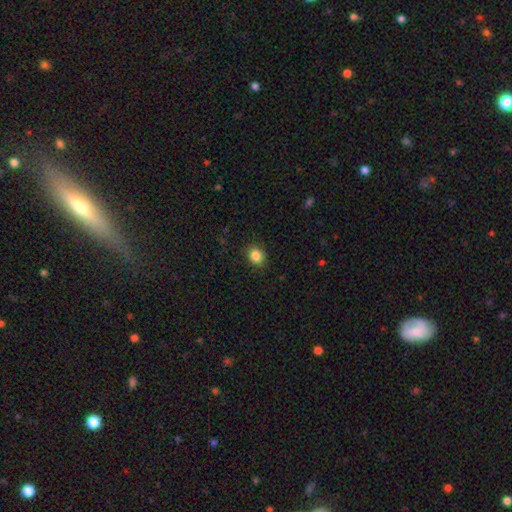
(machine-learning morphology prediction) Q: Smooth or featured?
A: smooth (85%); runner-up: star or artifact (10%)
Q: How rounded?
A: round (63%); runner-up: in between (36%)
Q: Merging?
A: none (85%); runner-up: minor disturbance (11%)